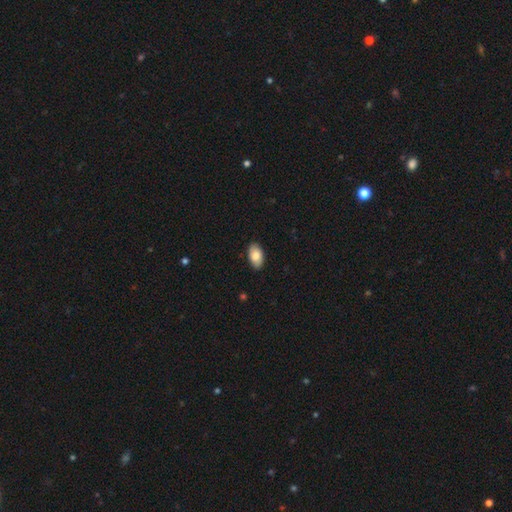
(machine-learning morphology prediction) Smooth or featured?
  - smooth: 83% *
  - featured or disk: 11%
  - star or artifact: 6%
How rounded?
  - in between: 94% *
  - round: 4%
  - cigar-shaped: 2%
Merging?
  - none: 87% *
  - minor disturbance: 10%
  - major disturbance: 2%
  - merger: 1%